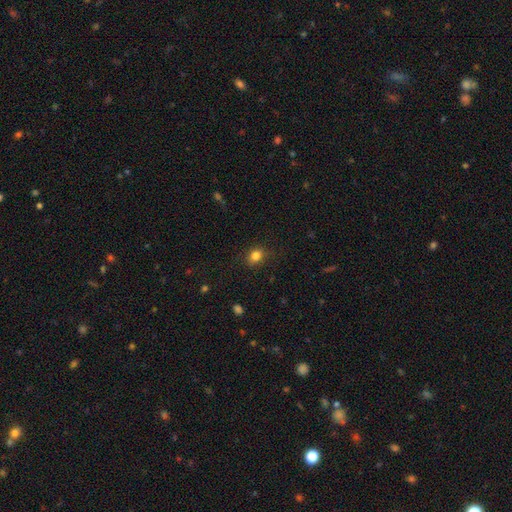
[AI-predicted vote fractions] The model was most divided on "how rounded": round: 54%, in between: 45%, cigar-shaped: 1%. More confident: smooth or featured — smooth (82%); merging — none (82%).